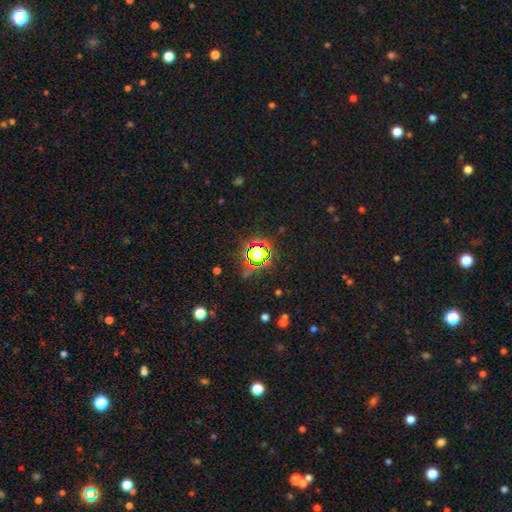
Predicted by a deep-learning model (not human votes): Smooth or featured?
  - star or artifact: 77% *
  - smooth: 16%
  - featured or disk: 8%